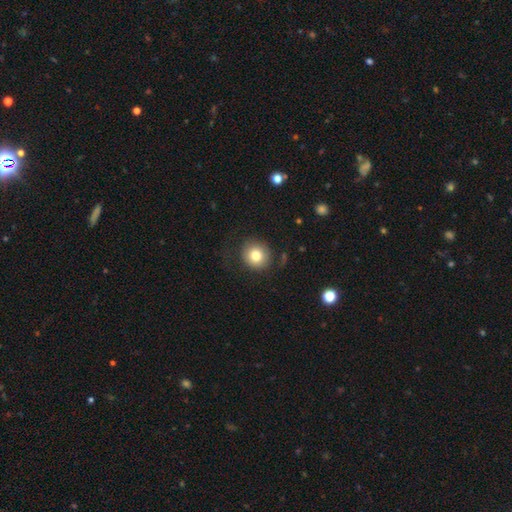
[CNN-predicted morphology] smooth 79%, featured or disk 11%, star or artifact 10%. Down the decision tree: how rounded — round (90%); merging — none (82%).